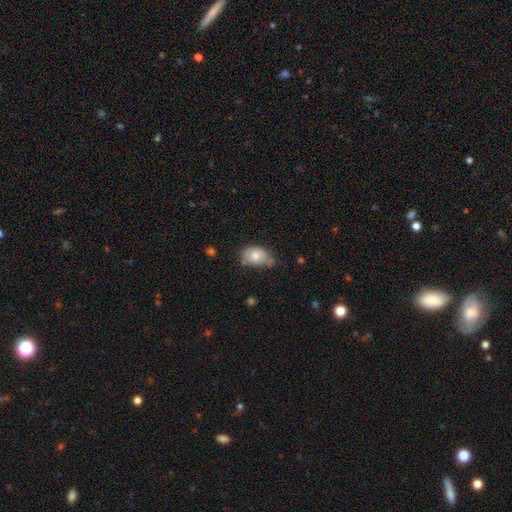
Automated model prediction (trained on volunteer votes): smooth_or_featured: smooth (p=0.75) [alt: featured or disk p=0.17]
how_rounded: in between (p=0.78) [alt: round p=0.21]
merging: none (p=0.42) [alt: minor disturbance p=0.40]